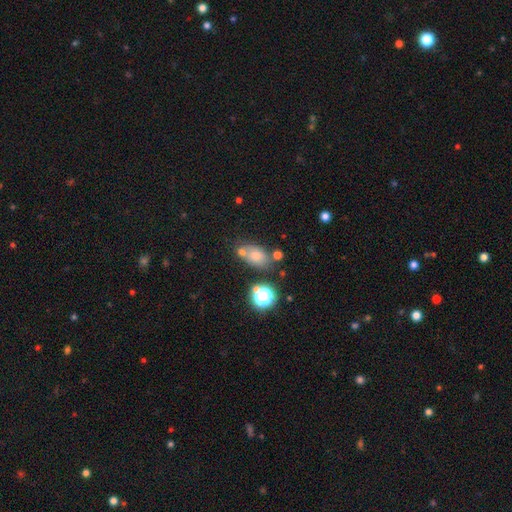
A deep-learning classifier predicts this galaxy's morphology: type=smooth (69%); roundness=in between (76%); merging=none (56%).